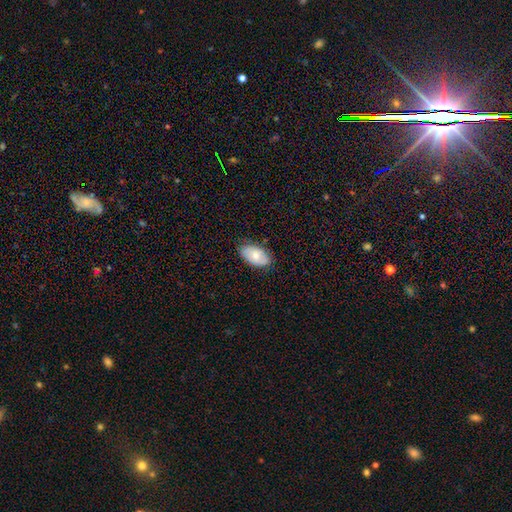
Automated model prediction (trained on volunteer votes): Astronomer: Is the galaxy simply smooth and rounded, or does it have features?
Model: smooth — 67%.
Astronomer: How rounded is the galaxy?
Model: in between — 93%.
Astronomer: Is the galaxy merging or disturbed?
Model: none — 82%.